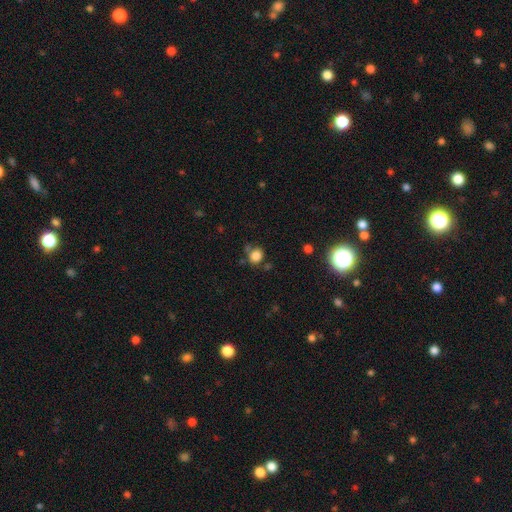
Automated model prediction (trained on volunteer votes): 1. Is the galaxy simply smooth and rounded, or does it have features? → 82% smooth, 12% star or artifact, 6% featured or disk.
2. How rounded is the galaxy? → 73% round, 26% in between, 1% cigar-shaped.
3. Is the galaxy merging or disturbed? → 64% none, 20% minor disturbance, 9% merger, 7% major disturbance.